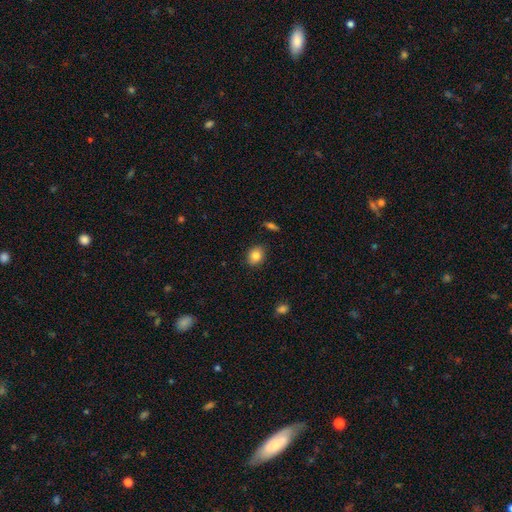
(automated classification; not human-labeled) Smooth or featured? smooth (83%)
How rounded? in between (54%)
Merging? none (87%)